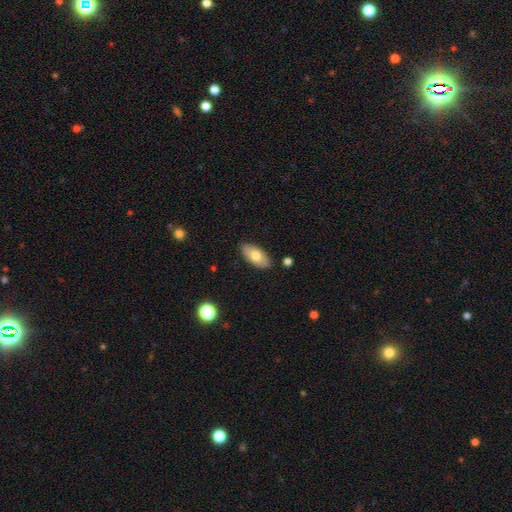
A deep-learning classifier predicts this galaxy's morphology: smooth 71%, featured or disk 22%, star or artifact 7%. Down the decision tree: how rounded — in between (93%); merging — none (86%).